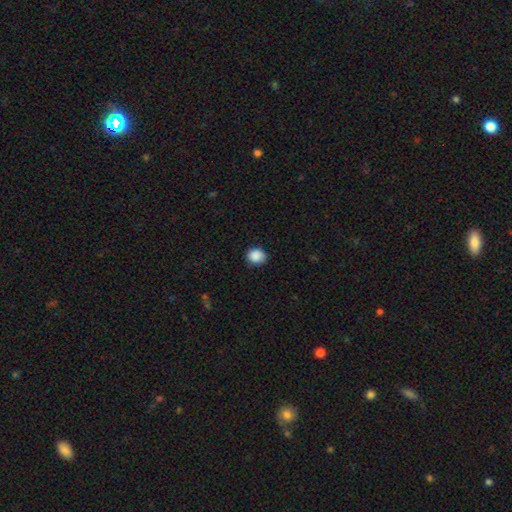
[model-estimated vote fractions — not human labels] smooth 89%, star or artifact 8%, featured or disk 3%. Down the decision tree: how rounded — round (75%); merging — none (84%).